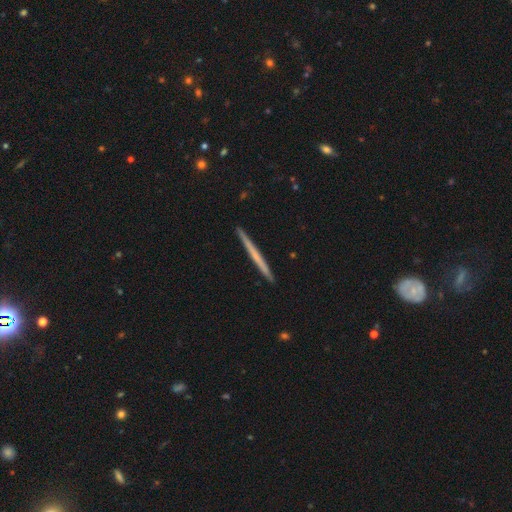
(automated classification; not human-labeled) Smooth or featured? Predicted: featured or disk (p=0.49). Merging? Predicted: none (p=0.93).